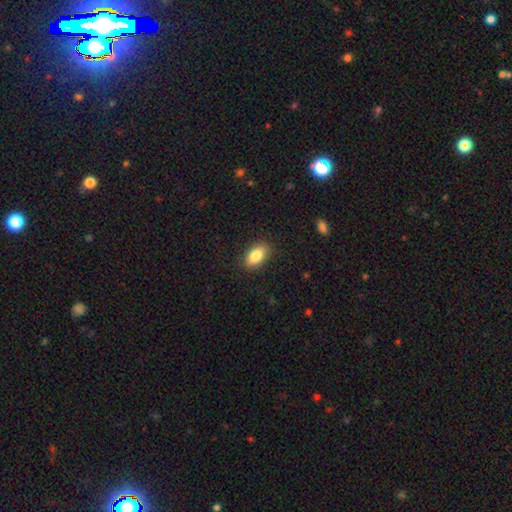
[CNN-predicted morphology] This is clearly a smooth galaxy (85%). How rounded: clearly in between (91%). Merging: clearly none (88%).